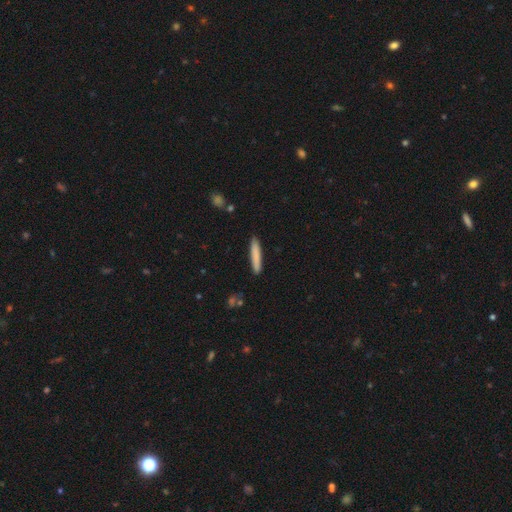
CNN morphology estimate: Q: Smooth or featured?
A: smooth (82%); runner-up: featured or disk (12%)
Q: How rounded?
A: cigar-shaped (93%); runner-up: in between (5%)
Q: Merging?
A: none (89%); runner-up: minor disturbance (8%)